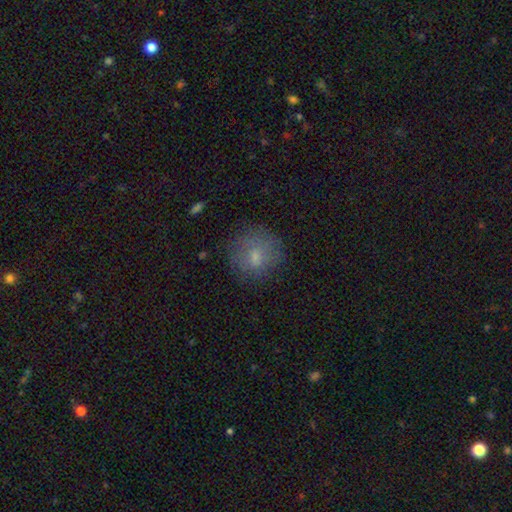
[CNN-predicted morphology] smooth 69%, featured or disk 21%, star or artifact 10%. Down the decision tree: how rounded — round (84%); merging — none (73%).